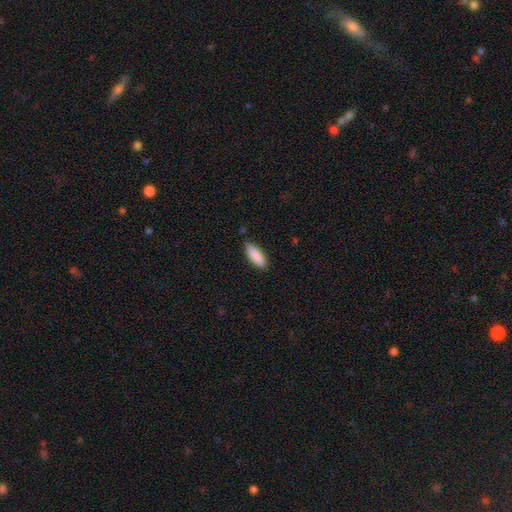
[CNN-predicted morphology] smooth-or-featured: smooth: 89% | star or artifact: 6% | featured or disk: 5%
  how-rounded: in between: 64% | cigar-shaped: 34% | round: 2%
  merging: none: 85% | minor disturbance: 12% | major disturbance: 2% | merger: 1%